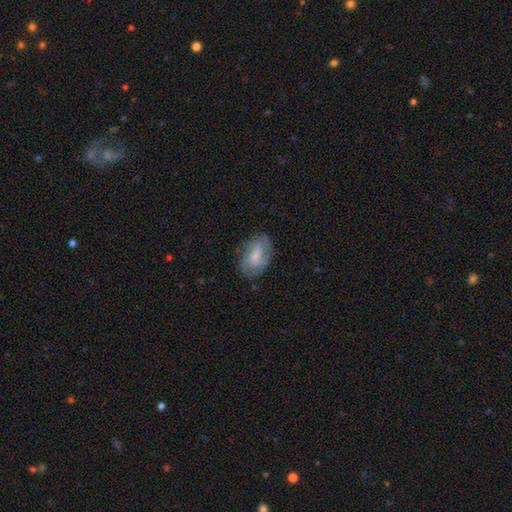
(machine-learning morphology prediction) type=featured or disk (52%); edge-on=no (95%); merging=none (68%).